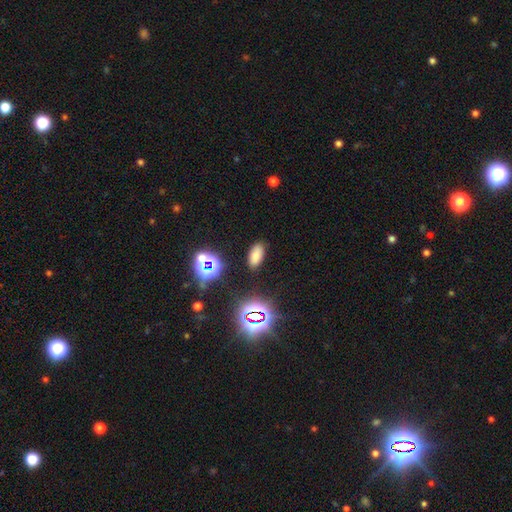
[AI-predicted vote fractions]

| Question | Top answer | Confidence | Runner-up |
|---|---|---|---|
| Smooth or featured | smooth | 71% | star or artifact (23%) |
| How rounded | in between | 88% | cigar-shaped (7%) |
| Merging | none | 87% | minor disturbance (8%) |